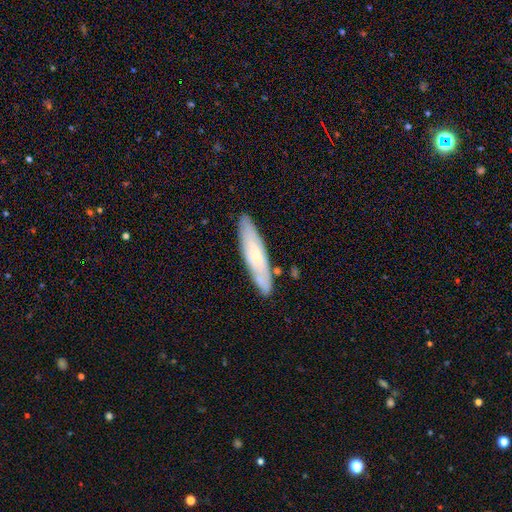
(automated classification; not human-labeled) Smooth or featured? featured or disk (47%, tied with smooth)
Merging? none (83%)